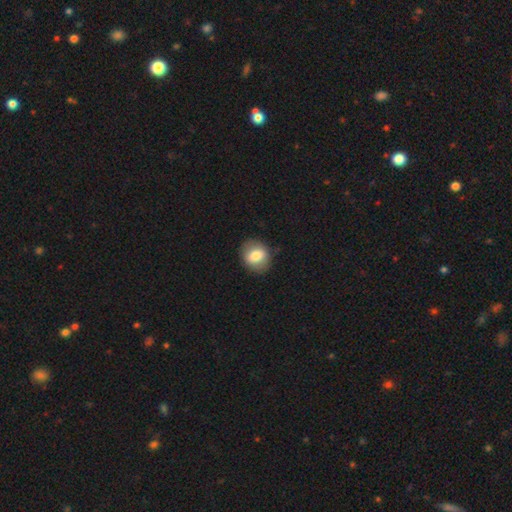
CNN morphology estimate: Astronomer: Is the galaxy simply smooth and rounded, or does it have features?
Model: smooth — 78%.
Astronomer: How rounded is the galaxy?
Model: round — 61% (runner-up: in between, 38%).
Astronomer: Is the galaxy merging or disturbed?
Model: none — 83%.